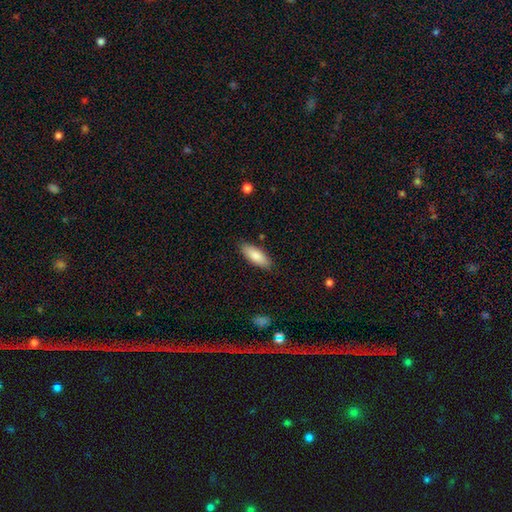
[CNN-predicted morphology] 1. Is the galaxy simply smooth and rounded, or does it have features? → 85% smooth, 9% featured or disk, 6% star or artifact.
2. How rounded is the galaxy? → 72% in between, 26% cigar-shaped, 2% round.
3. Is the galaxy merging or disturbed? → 86% none, 10% minor disturbance, 2% major disturbance, 1% merger.